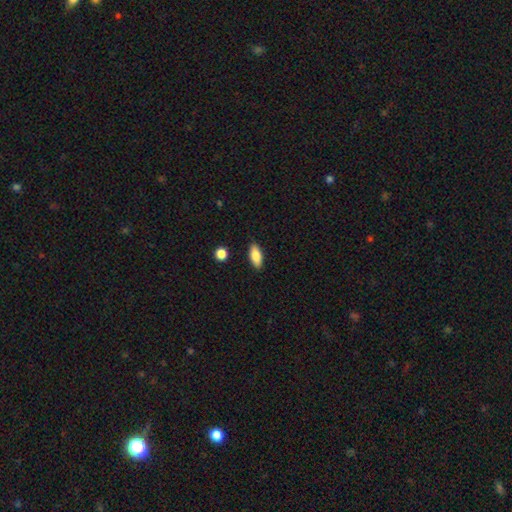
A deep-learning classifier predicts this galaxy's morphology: This is clearly a smooth galaxy (82%). How rounded: clearly in between (82%). Merging: clearly none (88%).